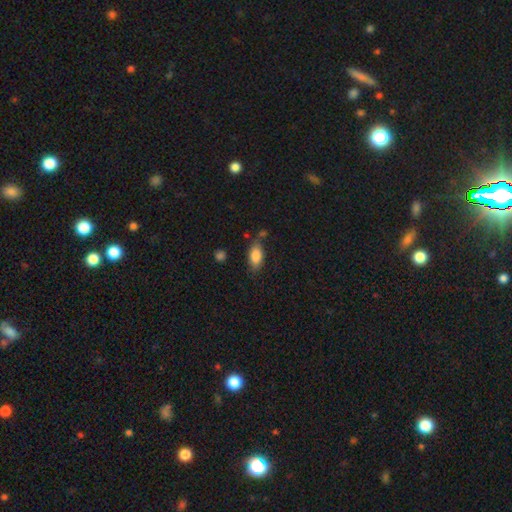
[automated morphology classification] Q: Smooth or featured?
A: smooth (83%); runner-up: featured or disk (9%)
Q: How rounded?
A: in between (89%); runner-up: cigar-shaped (7%)
Q: Merging?
A: none (68%); runner-up: minor disturbance (19%)